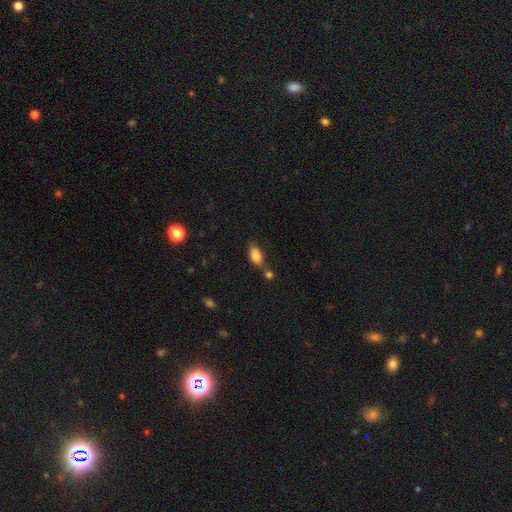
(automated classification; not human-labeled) Smooth or featured?
  - smooth: 81% *
  - featured or disk: 10%
  - star or artifact: 9%
How rounded?
  - in between: 86% *
  - round: 7%
  - cigar-shaped: 7%
Merging?
  - none: 49% *
  - merger: 25%
  - minor disturbance: 19%
  - major disturbance: 6%